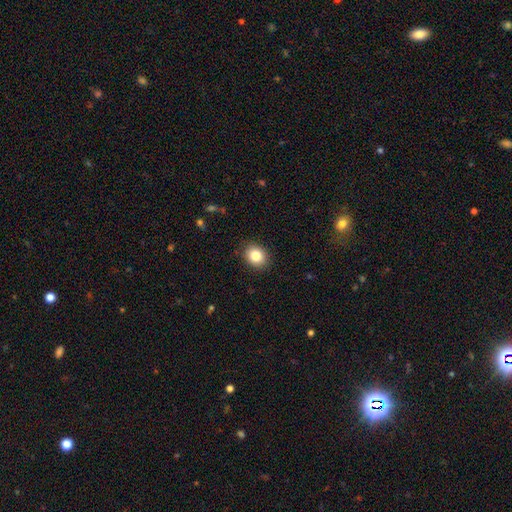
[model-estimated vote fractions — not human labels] This appears to be a smooth galaxy with no disk features (83%) that is round (55%). Merging: none (89%).